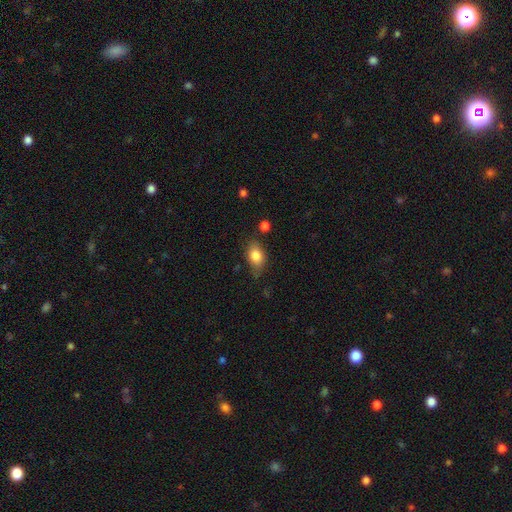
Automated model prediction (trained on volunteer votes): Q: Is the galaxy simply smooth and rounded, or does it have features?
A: smooth — 82%.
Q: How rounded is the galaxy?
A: in between — 83%.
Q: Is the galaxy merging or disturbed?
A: none — 70%.